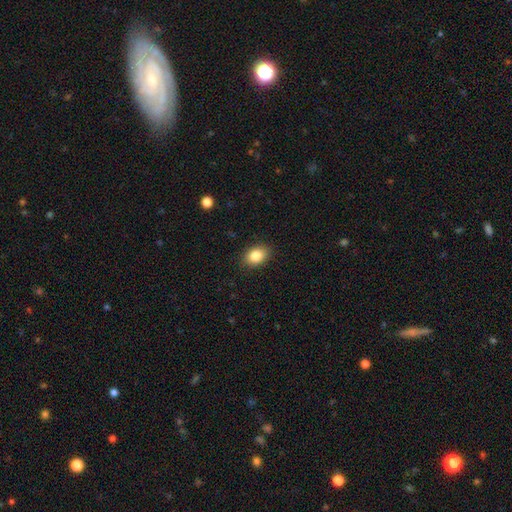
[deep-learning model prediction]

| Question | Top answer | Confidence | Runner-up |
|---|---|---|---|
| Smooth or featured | smooth | 85% | star or artifact (8%) |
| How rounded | in between | 79% | round (20%) |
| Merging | none | 88% | minor disturbance (9%) |